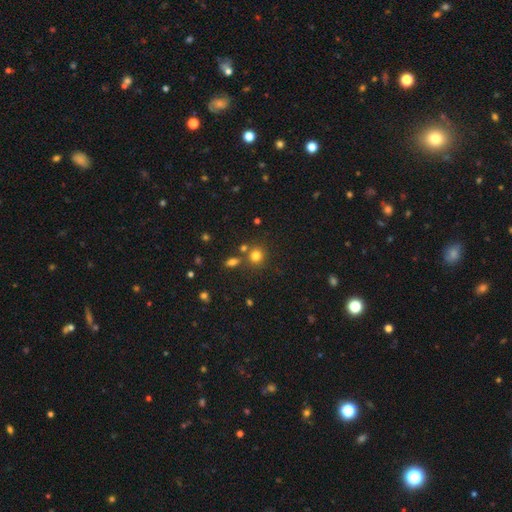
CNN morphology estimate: Smooth or featured? smooth (78%)
How rounded? round (86%)
Merging? none (72%)